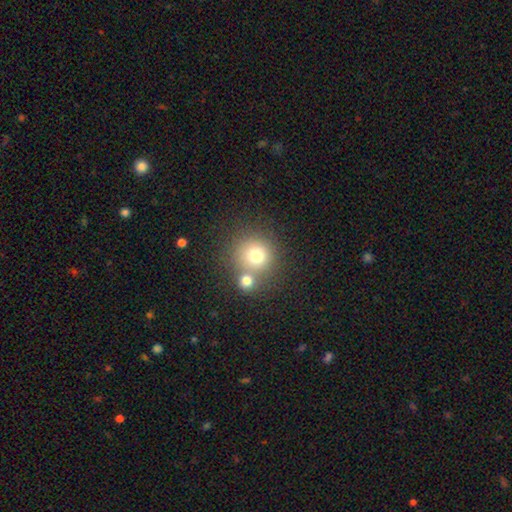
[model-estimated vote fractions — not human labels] smooth_or_featured: smooth (p=0.74) [alt: star or artifact p=0.14]
how_rounded: round (p=0.92) [alt: in between p=0.07]
merging: none (p=0.58) [alt: merger p=0.31]